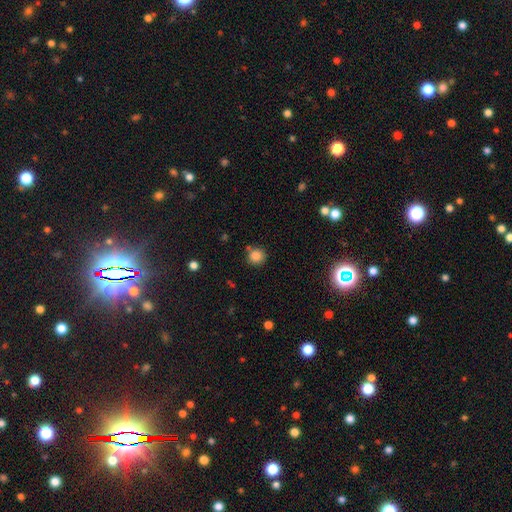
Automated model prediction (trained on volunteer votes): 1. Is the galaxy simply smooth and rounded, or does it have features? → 84% smooth, 11% star or artifact, 5% featured or disk.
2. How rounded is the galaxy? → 90% round, 9% in between, 1% cigar-shaped.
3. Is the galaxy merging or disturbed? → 77% none, 12% minor disturbance, 8% merger, 3% major disturbance.